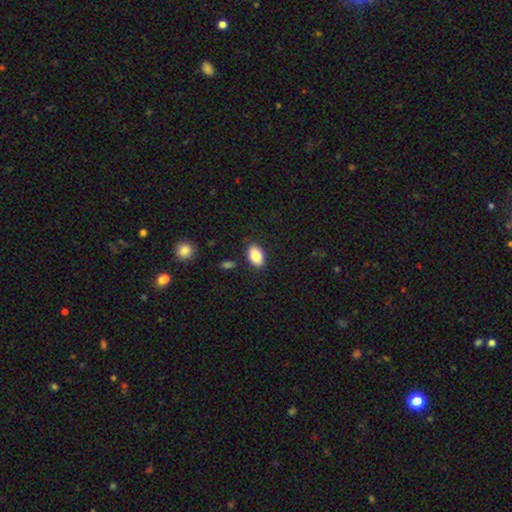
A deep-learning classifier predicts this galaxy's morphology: smooth-or-featured: smooth: 85% | featured or disk: 8% | star or artifact: 7%
  how-rounded: in between: 90% | round: 8% | cigar-shaped: 1%
  merging: none: 86% | minor disturbance: 9% | major disturbance: 2% | merger: 2%